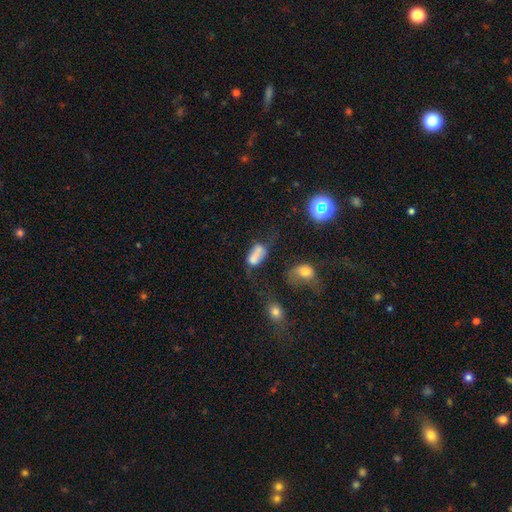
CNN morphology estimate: Q: Smooth or featured?
A: smooth (63%); runner-up: featured or disk (23%)
Q: How rounded?
A: in between (86%); runner-up: round (9%)
Q: Merging?
A: none (28%); runner-up: major disturbance (27%)